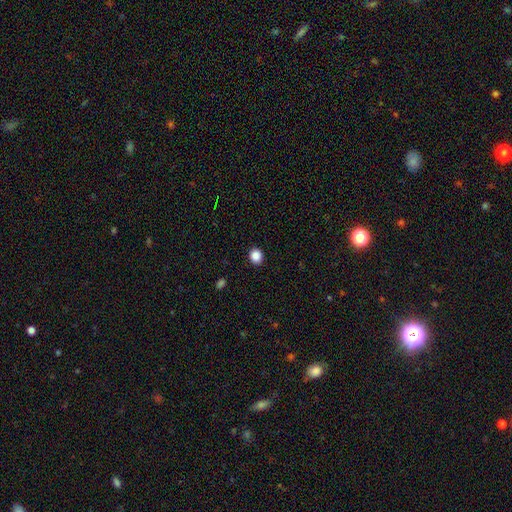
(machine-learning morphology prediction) type=smooth (87%); roundness=round (76%); merging=none (92%).